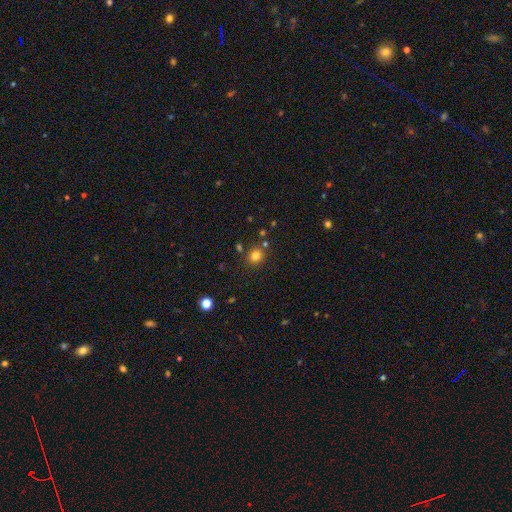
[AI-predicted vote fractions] smooth-or-featured: smooth: 79% | star or artifact: 15% | featured or disk: 6%
  how-rounded: round: 78% | in between: 21% | cigar-shaped: 1%
  merging: none: 80% | minor disturbance: 10% | merger: 7% | major disturbance: 3%